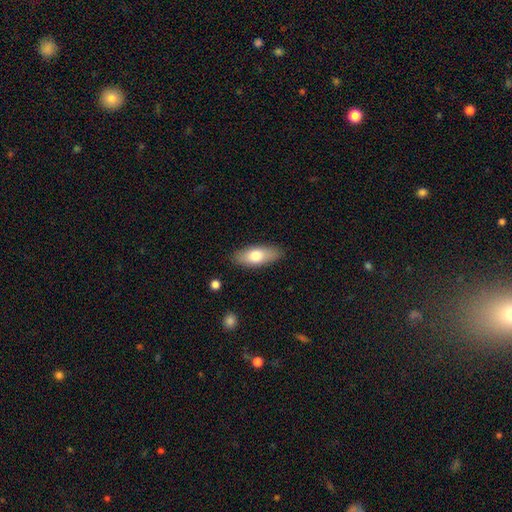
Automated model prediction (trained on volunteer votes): Smooth or featured: smooth — 72% (featured or disk — 21%)
How rounded: in between — 77% (cigar-shaped — 20%)
Merging: none — 86% (minor disturbance — 10%)